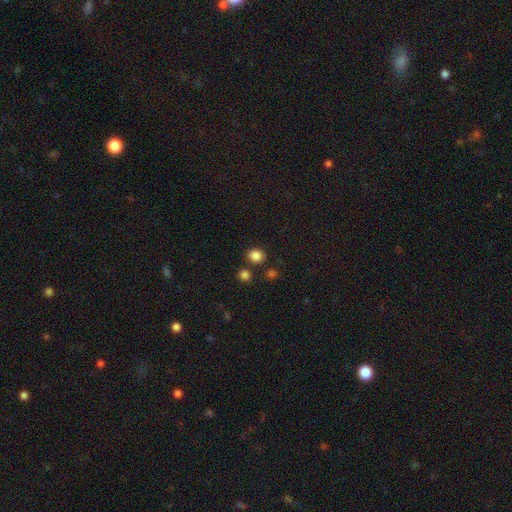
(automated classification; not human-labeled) The model was most divided on "how rounded": round: 71%, in between: 28%, cigar-shaped: 1%. More confident: smooth or featured — smooth (84%); merging — none (81%).